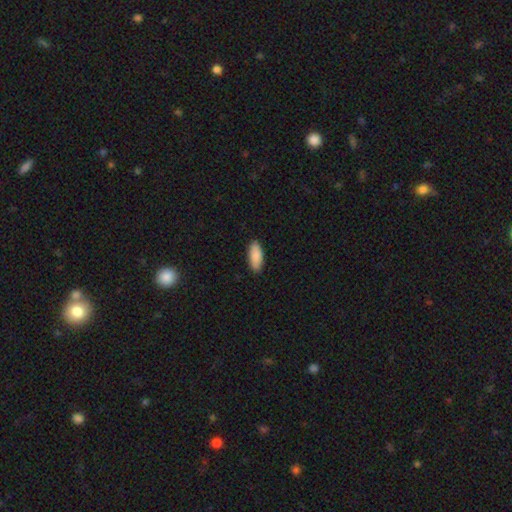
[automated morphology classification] smooth 89%, star or artifact 6%, featured or disk 5%. Down the decision tree: how rounded — in between (82%); merging — none (88%).